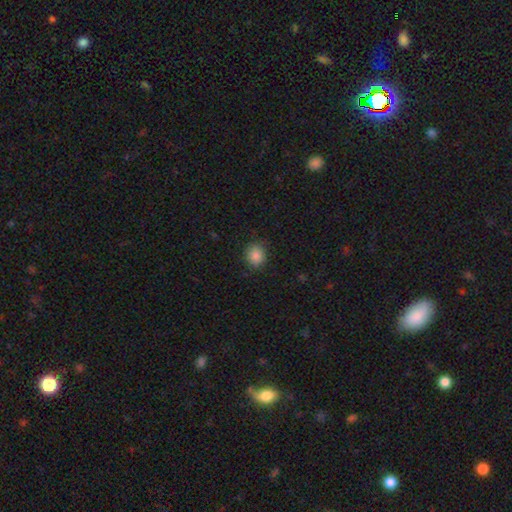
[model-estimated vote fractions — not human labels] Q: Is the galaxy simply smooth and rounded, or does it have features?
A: smooth — 85%.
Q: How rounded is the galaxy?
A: round — 75%.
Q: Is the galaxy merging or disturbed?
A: none — 86%.